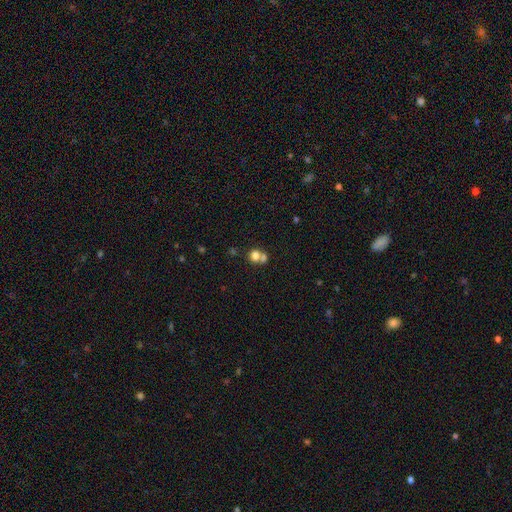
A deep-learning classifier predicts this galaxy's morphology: Smooth or featured: smooth — 76% (star or artifact — 13%)
How rounded: round — 80% (in between — 19%)
Merging: merger — 47% (none — 43%)